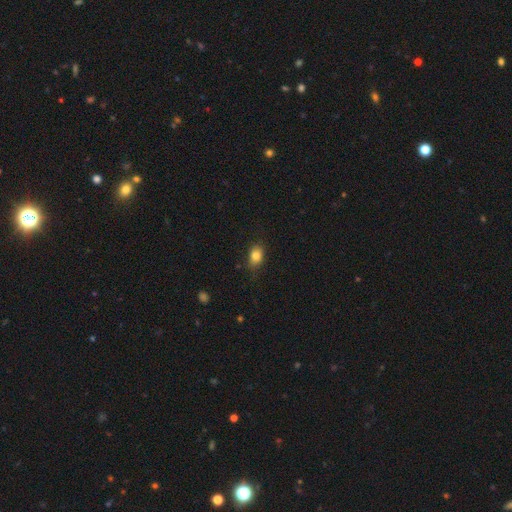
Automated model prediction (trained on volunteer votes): smooth 84%, star or artifact 9%, featured or disk 7%. Down the decision tree: how rounded — in between (73%); merging — none (79%).